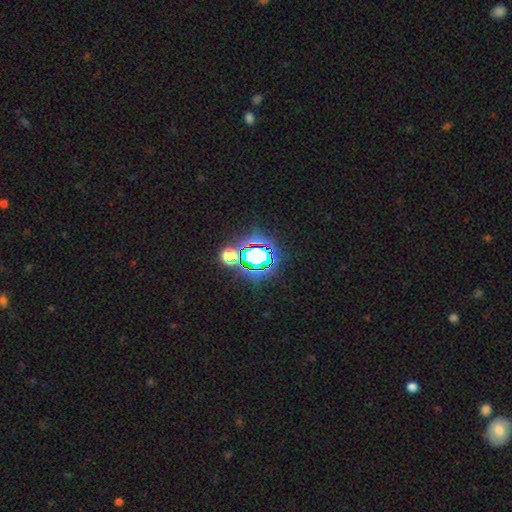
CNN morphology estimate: Smooth or featured? star or artifact (70%)